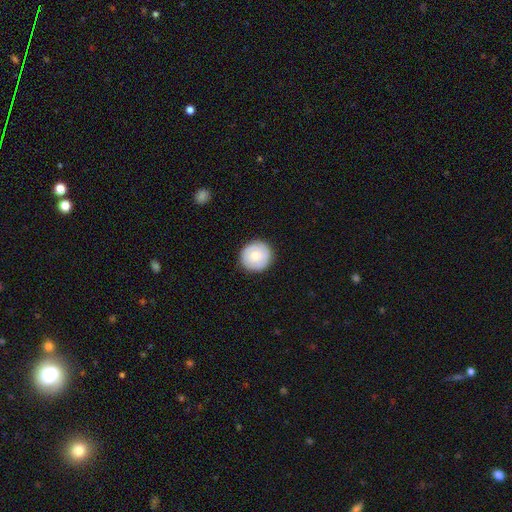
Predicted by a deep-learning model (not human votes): The model was most divided on "smooth or featured": smooth: 71%, featured or disk: 23%, star or artifact: 6%. More confident: how rounded — round (94%); merging — none (89%).